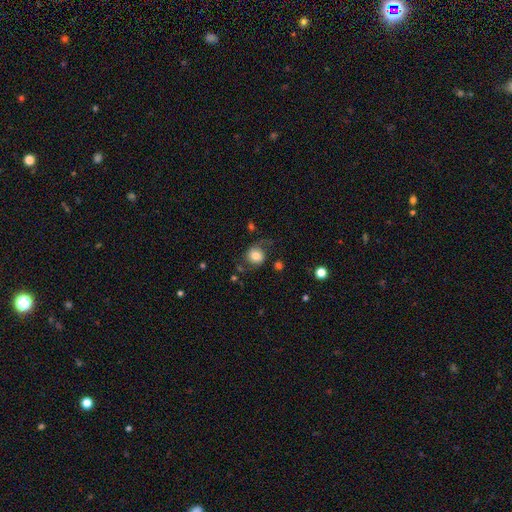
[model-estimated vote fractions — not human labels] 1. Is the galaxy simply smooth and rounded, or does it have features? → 66% smooth, 25% featured or disk, 10% star or artifact.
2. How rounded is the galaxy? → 82% round, 17% in between, 1% cigar-shaped.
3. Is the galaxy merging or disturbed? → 60% none, 21% minor disturbance, 16% major disturbance, 3% merger.